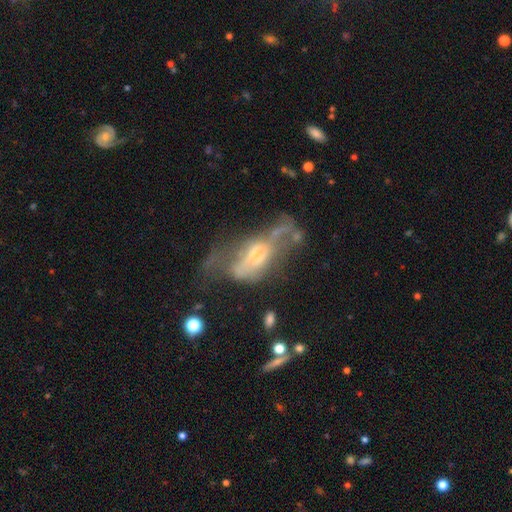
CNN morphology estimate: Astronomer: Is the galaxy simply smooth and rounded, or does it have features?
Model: featured or disk — 64%.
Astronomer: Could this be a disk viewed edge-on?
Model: no — 77%.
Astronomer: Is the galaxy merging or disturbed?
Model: major disturbance — 45% (runner-up: none, 22%).